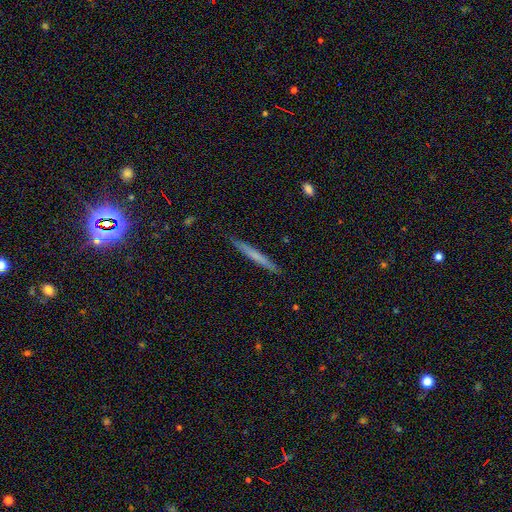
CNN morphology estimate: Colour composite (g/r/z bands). It shows a smooth galaxy with no disk features (60%) that is cigar-shaped (97%). Merging: none (90%).